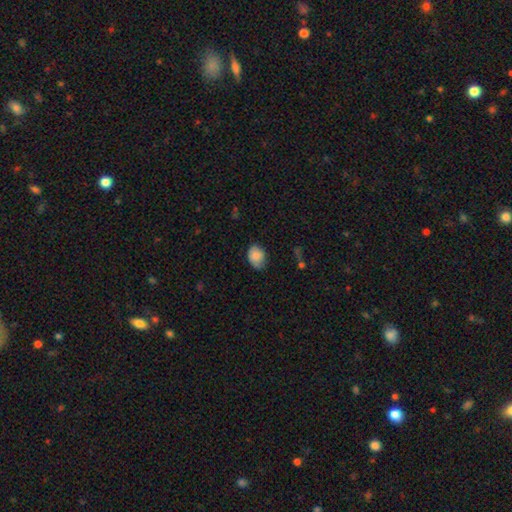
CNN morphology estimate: Overall: smooth (84%). How rounded: in between (65%; round 34%). Merging: none (64%; minor disturbance 30%).